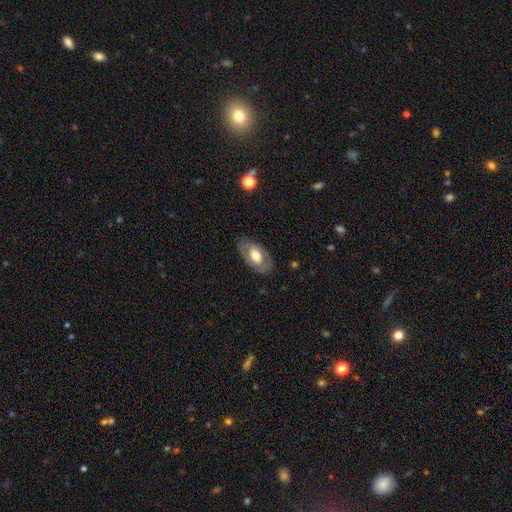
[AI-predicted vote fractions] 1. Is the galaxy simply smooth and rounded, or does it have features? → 50% smooth, 45% featured or disk, 6% star or artifact.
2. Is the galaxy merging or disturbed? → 81% none, 13% minor disturbance, 4% major disturbance, 1% merger.